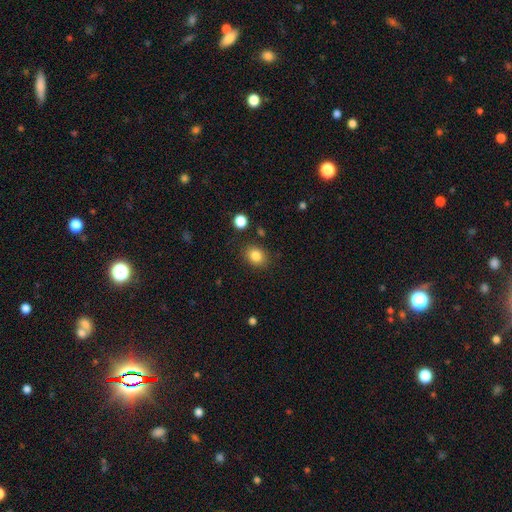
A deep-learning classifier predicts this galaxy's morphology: type=smooth (84%); roundness=round (51%); merging=none (83%).